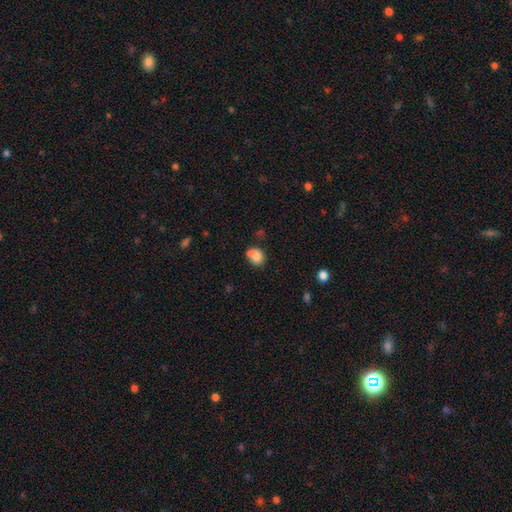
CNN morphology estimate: Overall: smooth (78%). How rounded: round (52%; in between 47%). Merging: none (47%; minor disturbance 24%).